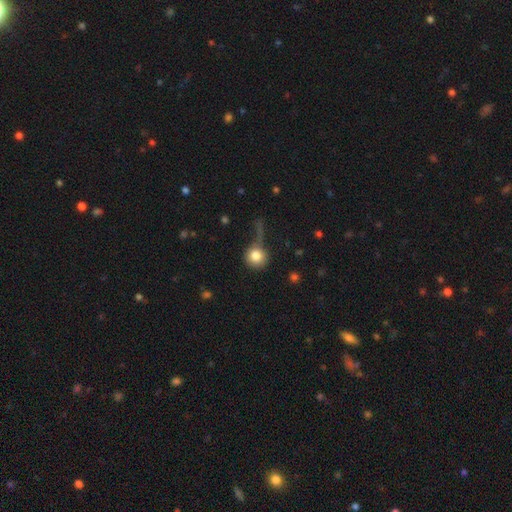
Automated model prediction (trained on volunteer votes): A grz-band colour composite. It shows a smooth galaxy with no disk features (81%) that is round (93%). Merging: none (52%).